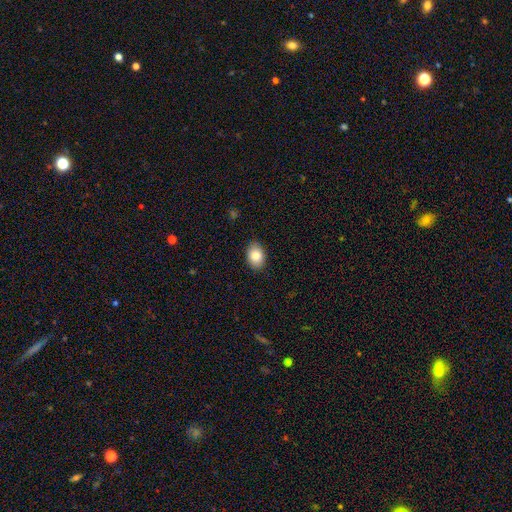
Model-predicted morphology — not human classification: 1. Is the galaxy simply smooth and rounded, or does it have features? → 84% smooth, 8% featured or disk, 8% star or artifact.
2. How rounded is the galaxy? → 81% in between, 18% round, 1% cigar-shaped.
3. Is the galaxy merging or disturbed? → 88% none, 9% minor disturbance, 2% major disturbance, 1% merger.